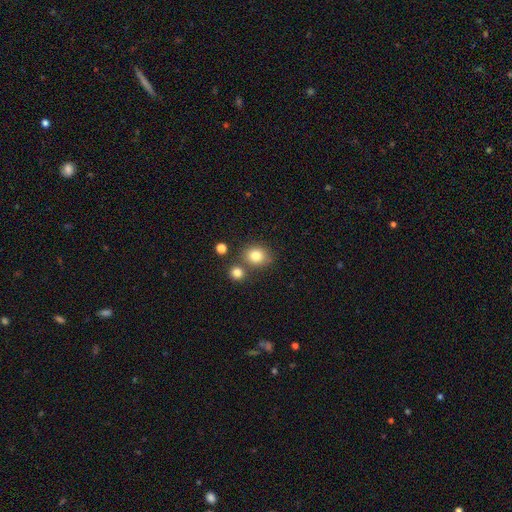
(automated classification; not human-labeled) smooth_or_featured: smooth (p=0.82) [alt: star or artifact p=0.11]
how_rounded: round (p=0.73) [alt: in between p=0.26]
merging: none (p=0.69) [alt: merger p=0.16]